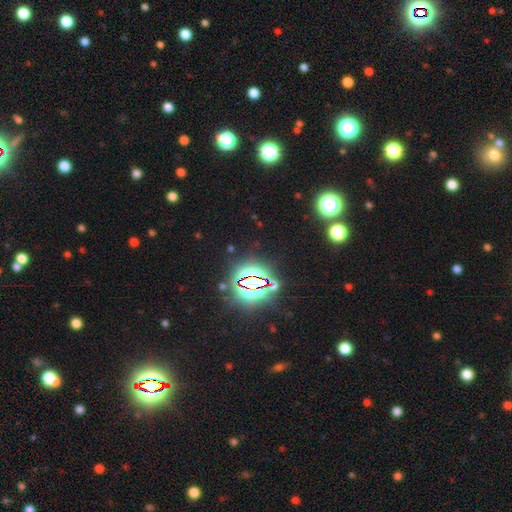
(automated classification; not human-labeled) Q: Smooth or featured?
A: star or artifact (79%); runner-up: smooth (14%)